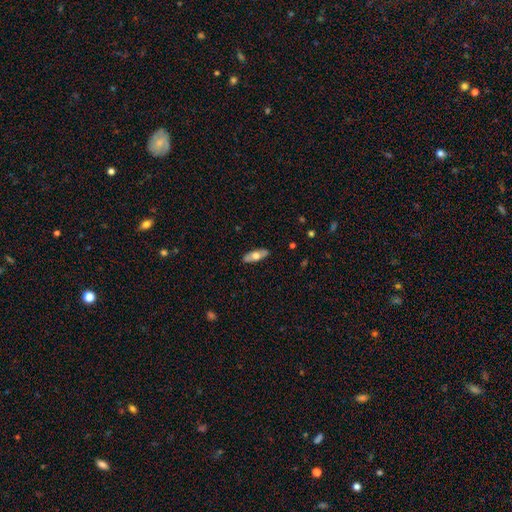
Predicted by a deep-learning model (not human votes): Q: Smooth or featured?
A: smooth (59%); runner-up: featured or disk (36%)
Q: How rounded?
A: in between (71%); runner-up: cigar-shaped (26%)
Q: Merging?
A: none (88%); runner-up: minor disturbance (9%)